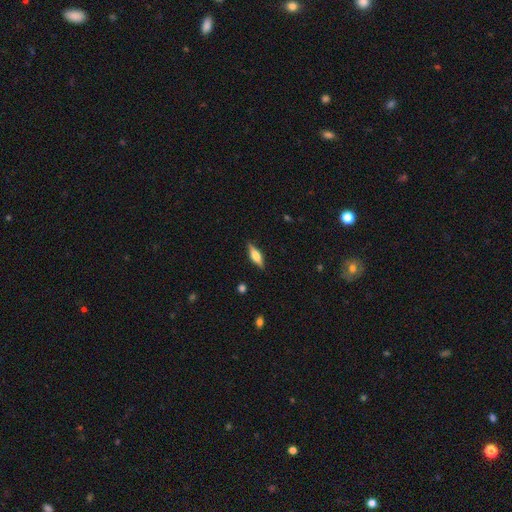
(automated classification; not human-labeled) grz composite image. It shows a featured or disk galaxy (51%) viewed edge-on (94%). Merging: none (86%).